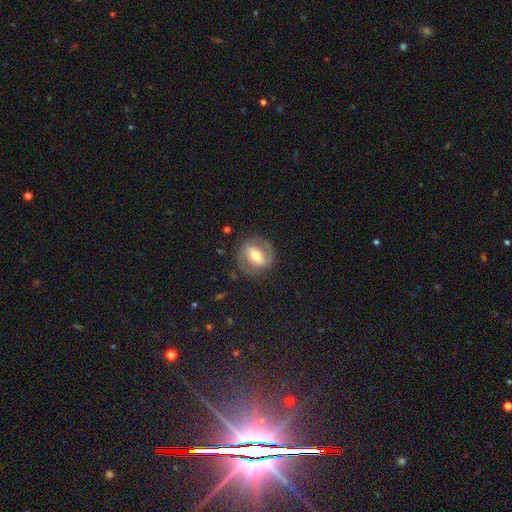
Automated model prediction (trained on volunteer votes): Overall: featured or disk (66%; smooth 27%). Edge-on disk: no (95%). Bar: strong (44%; weak 36%). Spiral arms: yes (74%). Bulge size: moderate (65%). Merging: none (79%).